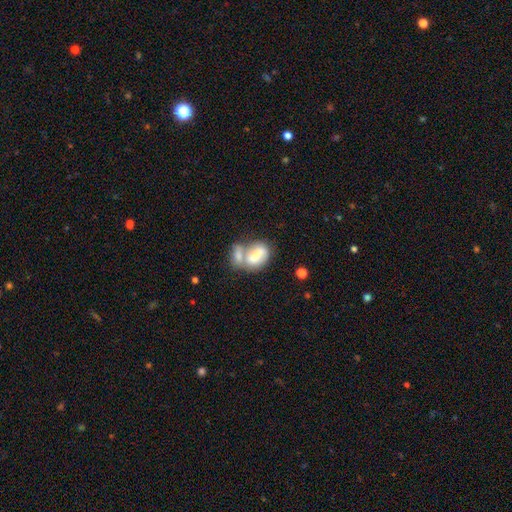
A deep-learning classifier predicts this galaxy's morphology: Smooth or featured? smooth (62%)
How rounded? in between (85%)
Merging? merger (62%)